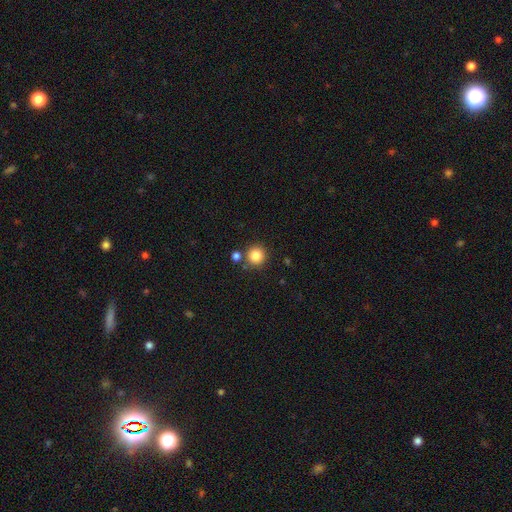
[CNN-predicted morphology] This is clearly a smooth galaxy (84%). How rounded: clearly round (94%). Merging: likely none (79%).